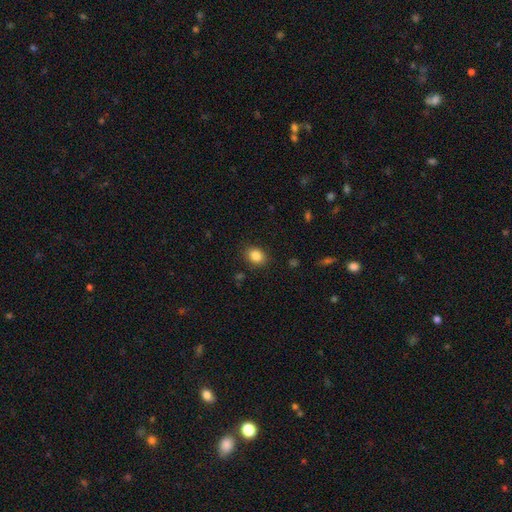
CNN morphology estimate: This is clearly a smooth galaxy (85%). How rounded: likely in between (61%). Merging: clearly none (87%).